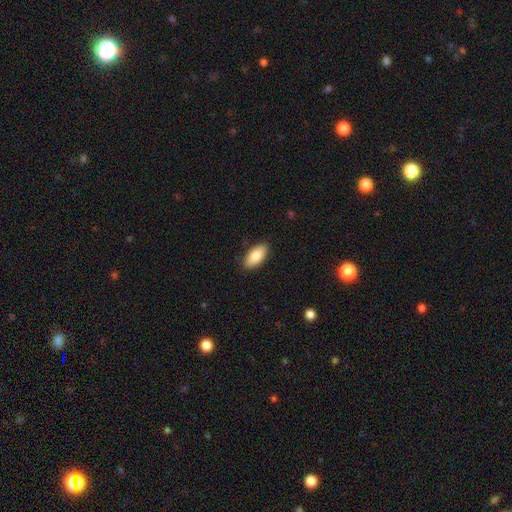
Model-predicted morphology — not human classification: smooth_or_featured: smooth (p=0.84) [alt: featured or disk p=0.10]
how_rounded: in between (p=0.89) [alt: cigar-shaped p=0.08]
merging: none (p=0.87) [alt: minor disturbance p=0.10]